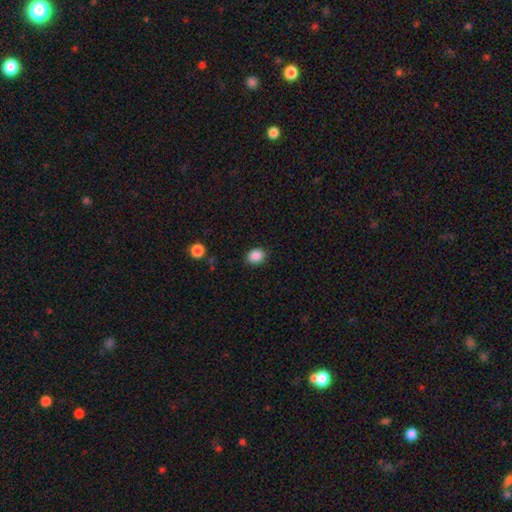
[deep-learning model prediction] Morphology: type=smooth (88%); roundness=round (54%); merging=none (86%).